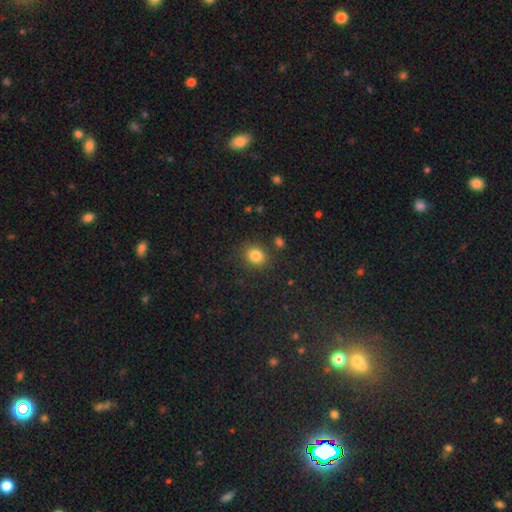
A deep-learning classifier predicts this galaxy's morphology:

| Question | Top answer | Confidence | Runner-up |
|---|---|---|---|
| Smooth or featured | smooth | 82% | star or artifact (12%) |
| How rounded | round | 62% | in between (37%) |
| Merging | none | 83% | minor disturbance (10%) |